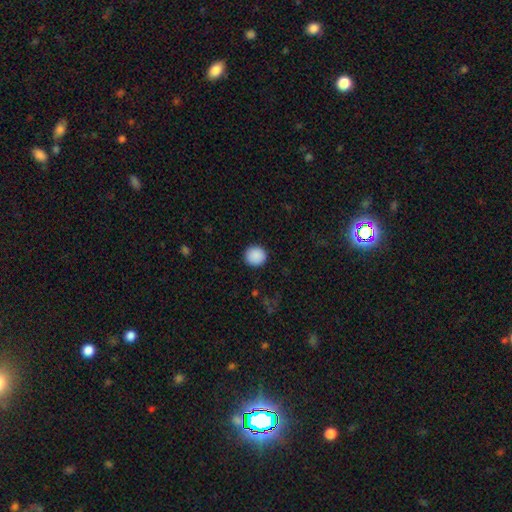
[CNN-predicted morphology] smooth 90%, star or artifact 8%, featured or disk 2%. Down the decision tree: how rounded — round (93%); merging — none (92%).